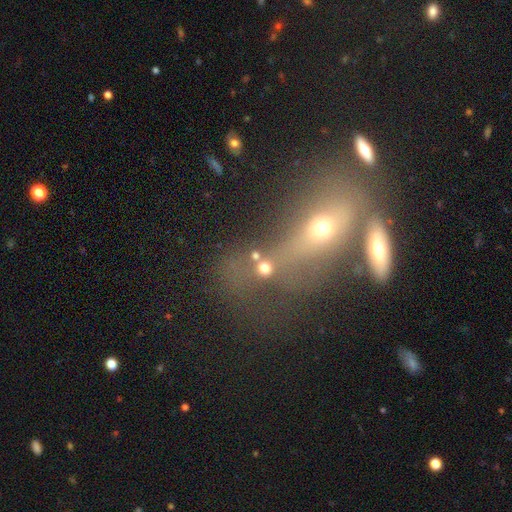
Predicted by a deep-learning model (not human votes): Smooth or featured? Predicted: smooth (p=0.49). Merging? Predicted: merger (p=0.51).